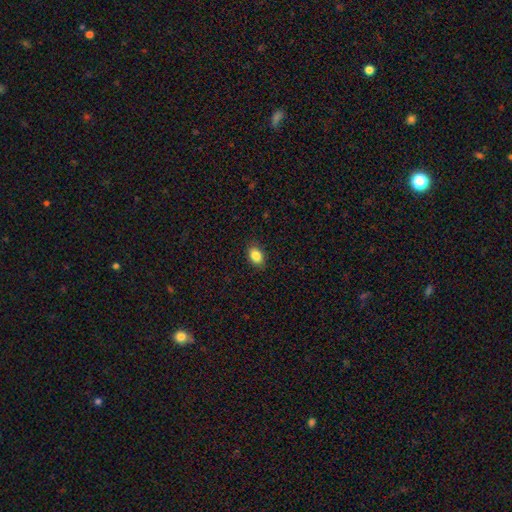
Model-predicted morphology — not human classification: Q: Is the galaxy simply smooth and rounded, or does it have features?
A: smooth — 86%.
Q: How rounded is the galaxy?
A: in between — 84%.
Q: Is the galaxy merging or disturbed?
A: none — 88%.